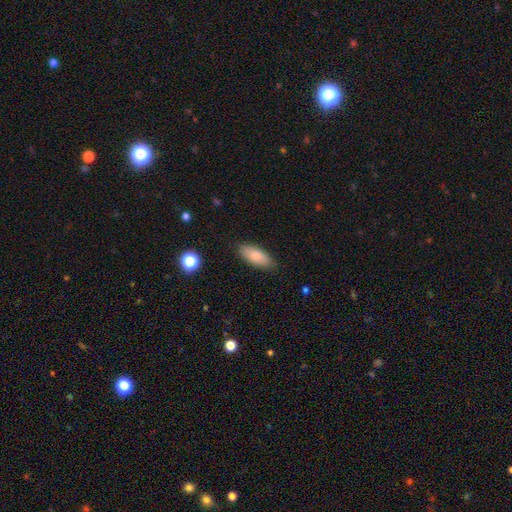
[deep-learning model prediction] smooth 81%, featured or disk 12%, star or artifact 7%. Down the decision tree: how rounded — in between (80%); merging — none (84%).